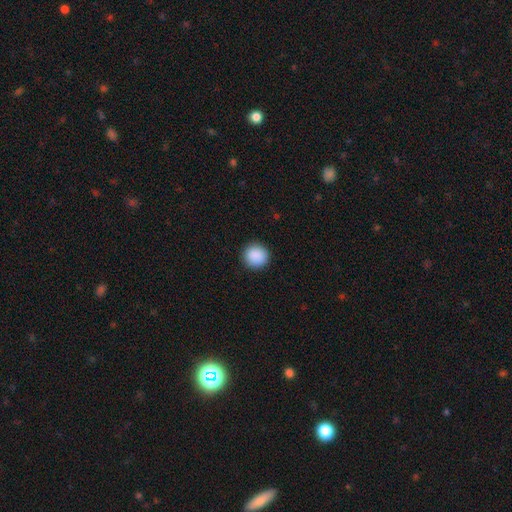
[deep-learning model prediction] smooth 89%, star or artifact 8%, featured or disk 3%. Down the decision tree: how rounded — round (91%); merging — none (91%).